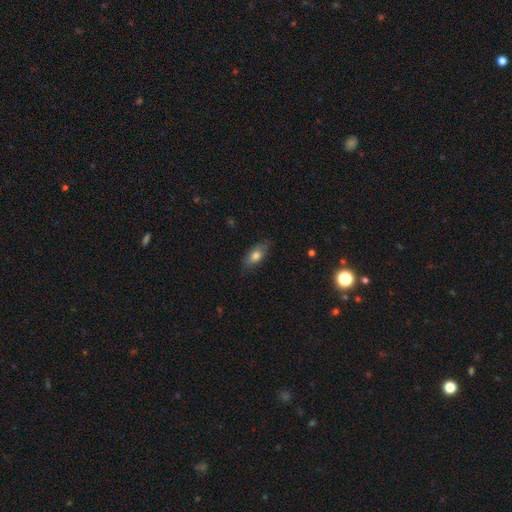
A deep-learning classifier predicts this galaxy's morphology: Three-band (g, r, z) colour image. It shows a smooth galaxy with no disk features (71%) that is in between round and cigar-shaped (82%). Merging: none (75%).